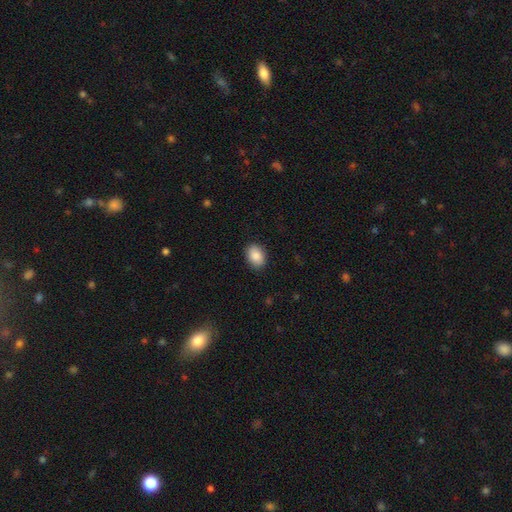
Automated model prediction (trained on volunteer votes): Smooth or featured?
  - smooth: 88% *
  - star or artifact: 7%
  - featured or disk: 5%
How rounded?
  - in between: 73% *
  - round: 26%
  - cigar-shaped: 1%
Merging?
  - none: 88% *
  - minor disturbance: 9%
  - major disturbance: 2%
  - merger: 1%